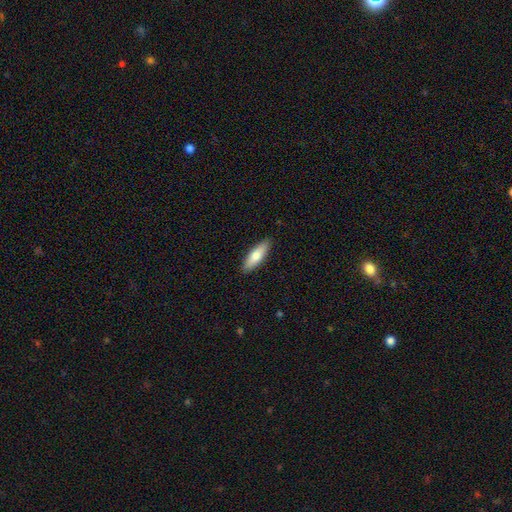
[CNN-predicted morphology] Smooth or featured: smooth — 73% (featured or disk — 21%)
How rounded: cigar-shaped — 51% (in between — 47%)
Merging: none — 89% (minor disturbance — 8%)